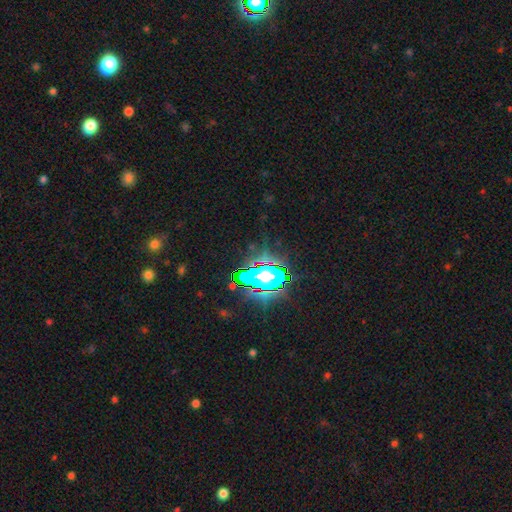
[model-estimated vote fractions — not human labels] Smooth or featured? Predicted: star or artifact (p=0.81).